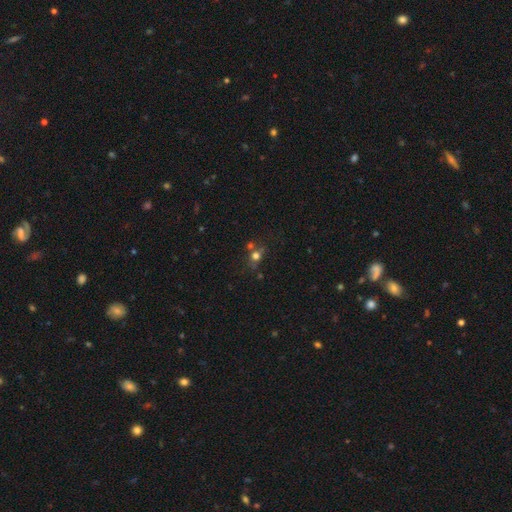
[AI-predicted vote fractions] smooth-or-featured: smooth: 62% | star or artifact: 21% | featured or disk: 17%
  how-rounded: round: 72% | in between: 25% | cigar-shaped: 3%
  merging: none: 55% | merger: 25% | minor disturbance: 14% | major disturbance: 7%